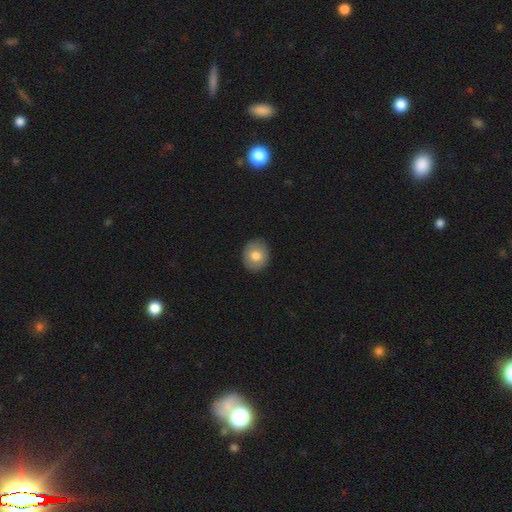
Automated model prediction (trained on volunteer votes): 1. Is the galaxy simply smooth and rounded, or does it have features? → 77% smooth, 16% featured or disk, 7% star or artifact.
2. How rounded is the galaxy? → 64% round, 35% in between, 1% cigar-shaped.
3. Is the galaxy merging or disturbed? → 90% none, 8% minor disturbance, 2% major disturbance, 1% merger.